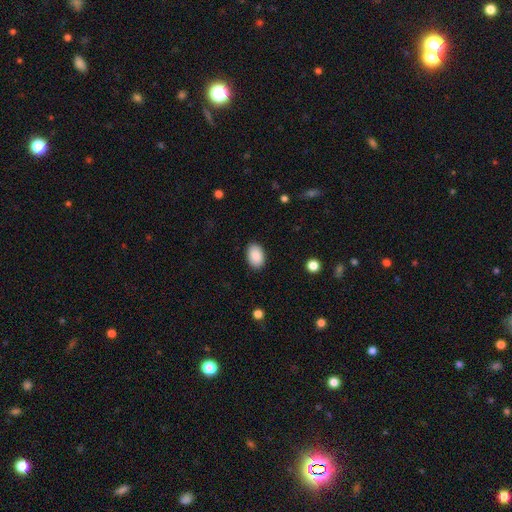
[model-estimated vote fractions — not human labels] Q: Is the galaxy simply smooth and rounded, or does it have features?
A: smooth — 90%.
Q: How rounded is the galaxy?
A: in between — 90%.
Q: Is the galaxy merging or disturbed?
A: none — 89%.